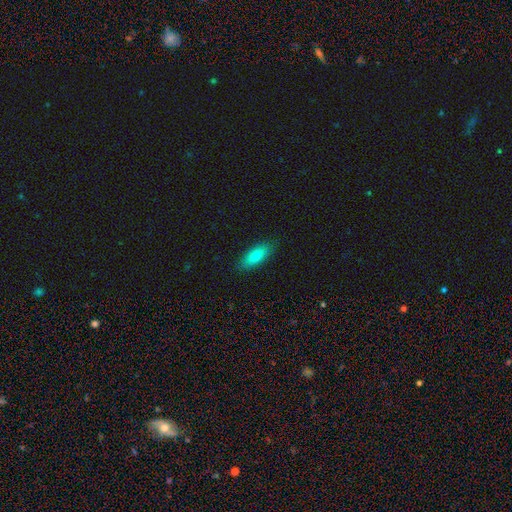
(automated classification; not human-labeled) Smooth or featured?
  - smooth: 80% *
  - featured or disk: 13%
  - star or artifact: 7%
How rounded?
  - in between: 66% *
  - cigar-shaped: 32%
  - round: 2%
Merging?
  - none: 88% *
  - minor disturbance: 9%
  - major disturbance: 2%
  - merger: 1%